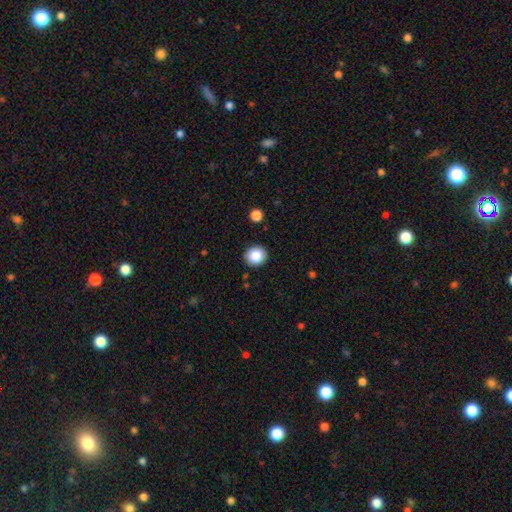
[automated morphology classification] Q: Smooth or featured?
A: smooth (86%); runner-up: star or artifact (9%)
Q: How rounded?
A: round (88%); runner-up: in between (11%)
Q: Merging?
A: none (91%); runner-up: minor disturbance (6%)